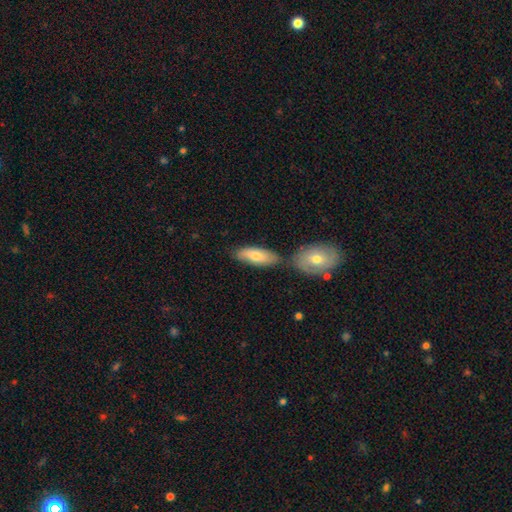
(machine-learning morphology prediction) This appears to be a smooth galaxy with no disk features (70%) that is in between round and cigar-shaped (73%). Merging: none (55%).